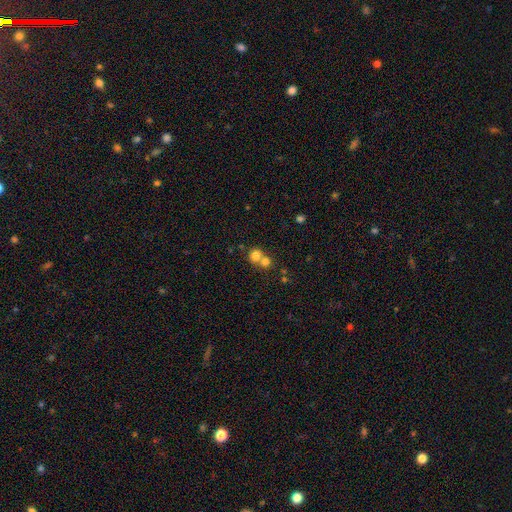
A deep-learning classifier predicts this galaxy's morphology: Smooth or featured?
  - smooth: 77% *
  - star or artifact: 12%
  - featured or disk: 11%
How rounded?
  - round: 82% *
  - in between: 17%
  - cigar-shaped: 1%
Merging?
  - merger: 56% *
  - none: 37%
  - minor disturbance: 5%
  - major disturbance: 3%